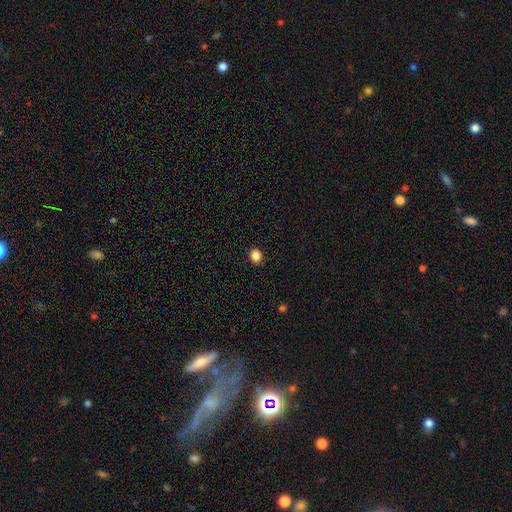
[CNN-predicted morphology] Overall: smooth (85%). How rounded: round (78%). Merging: none (92%).